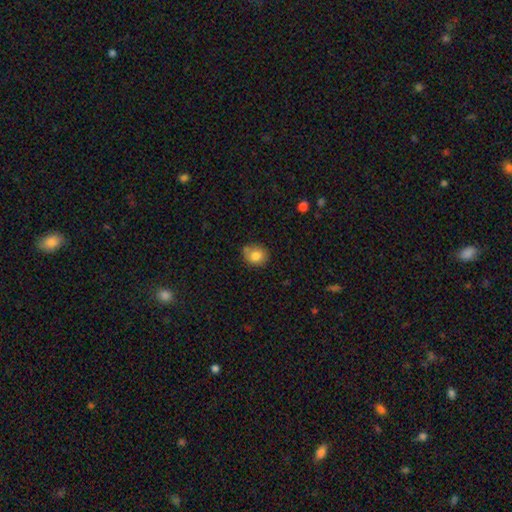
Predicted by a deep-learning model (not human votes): This appears to be a smooth galaxy with no disk features (81%) that is round (72%). Merging: none (67%).